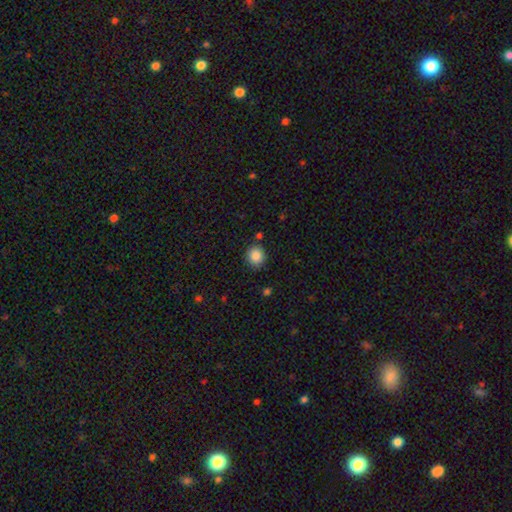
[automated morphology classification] The model was most divided on "how rounded": round: 86%, in between: 13%, cigar-shaped: 1%. More confident: smooth or featured — smooth (87%); merging — none (85%).